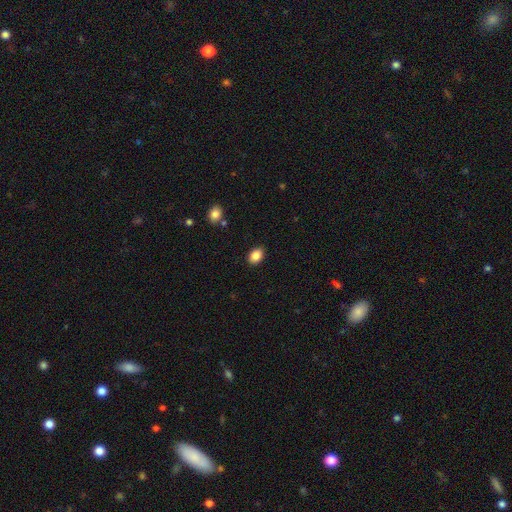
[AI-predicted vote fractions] A smooth galaxy with no disk features (86%) that is in between round and cigar-shaped (79%).

Vote fractions:
- Smooth or featured? smooth: 86% / star or artifact: 8% / featured or disk: 6%
- How rounded? in between: 79% / round: 20% / cigar-shaped: 1%
- Merging? none: 88% / minor disturbance: 8% / major disturbance: 2% / merger: 1%